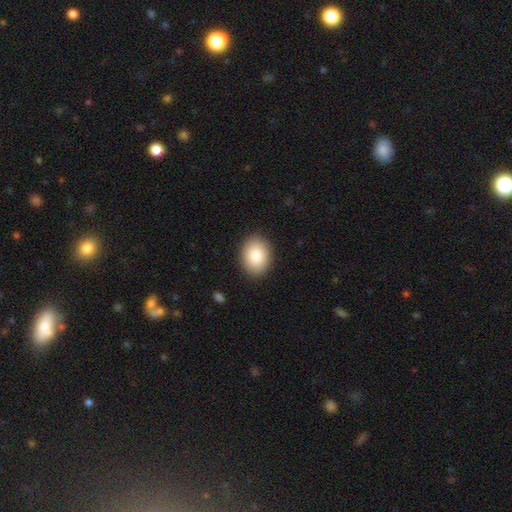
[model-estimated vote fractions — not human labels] smooth-or-featured: smooth: 86% | featured or disk: 7% | star or artifact: 7%
  how-rounded: in between: 70% | round: 29% | cigar-shaped: 1%
  merging: none: 89% | minor disturbance: 8% | major disturbance: 2% | merger: 1%